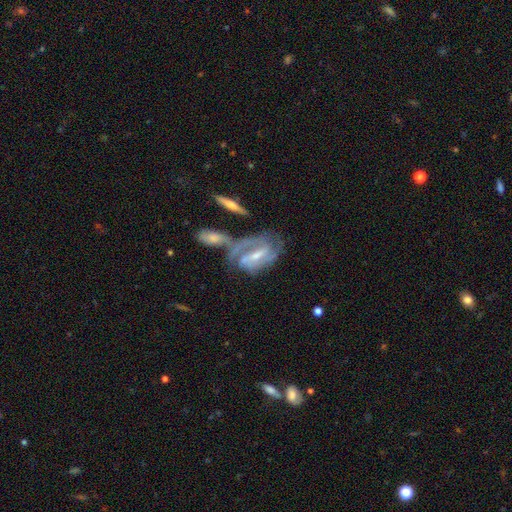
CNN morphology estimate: Overall: featured or disk (84%). Edge-on disk: no (93%). Bar: strong (43%, tied with weak). Spiral arms: yes (94%). Spiral arm count: 2 (55%; can't tell 19%). Spiral winding: medium (45%; tight 41%). Bulge size: small (50%; moderate 40%). Merging: none (38%; merger 31%).